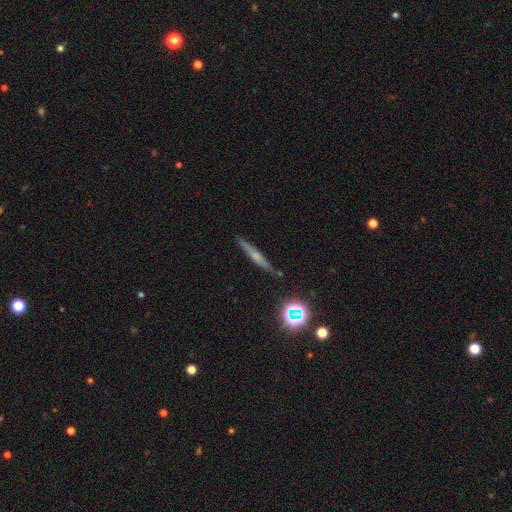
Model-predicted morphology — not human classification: smooth_or_featured: featured or disk (p=0.49) [alt: smooth p=0.38]
merging: none (p=0.87) [alt: minor disturbance p=0.09]